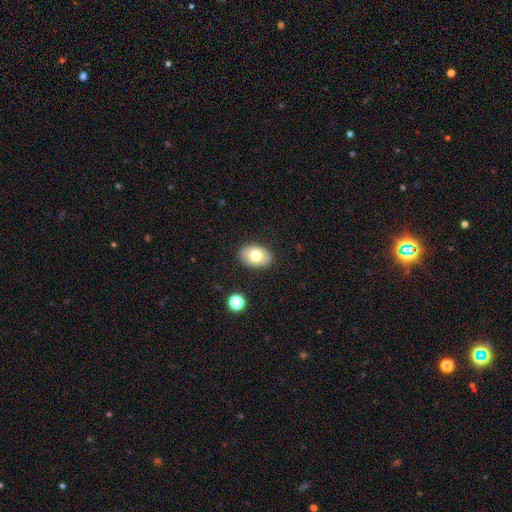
A smooth galaxy with no disk features (68%) that is in between round and cigar-shaped (78%).

Vote fractions:
- Smooth or featured? smooth: 68% / featured or disk: 20% / star or artifact: 12%
- How rounded? in between: 78% / round: 22% / cigar-shaped: 0%
- Merging? none: 91% / minor disturbance: 6% / merger: 3% / major disturbance: 0%